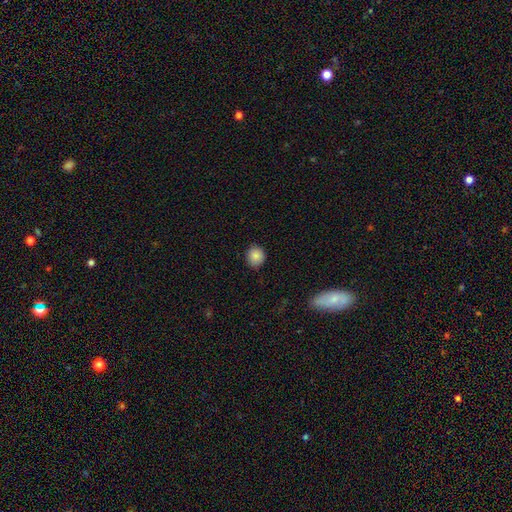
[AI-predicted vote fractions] This appears to be a smooth galaxy with no disk features (86%) that is round (86%). Merging: none (88%).